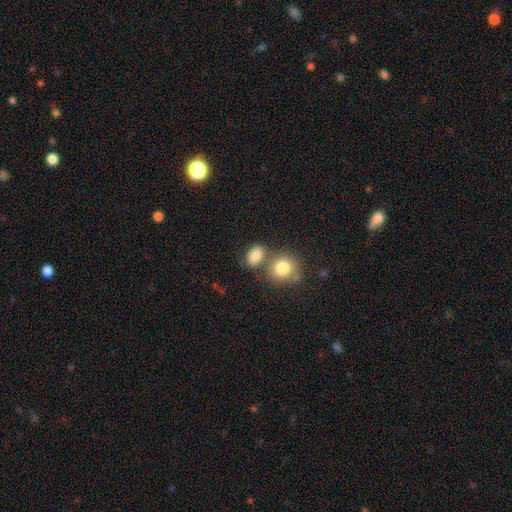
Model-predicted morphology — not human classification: smooth_or_featured: smooth (p=0.84) [alt: star or artifact p=0.09]
how_rounded: in between (p=0.73) [alt: round p=0.25]
merging: none (p=0.54) [alt: merger p=0.29]